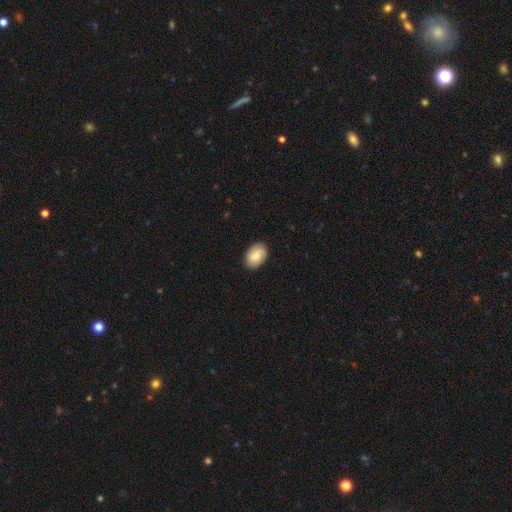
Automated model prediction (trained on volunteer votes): smooth-or-featured: smooth: 78% | featured or disk: 16% | star or artifact: 7%
  how-rounded: in between: 84% | round: 15% | cigar-shaped: 1%
  merging: none: 86% | minor disturbance: 11% | major disturbance: 2% | merger: 1%